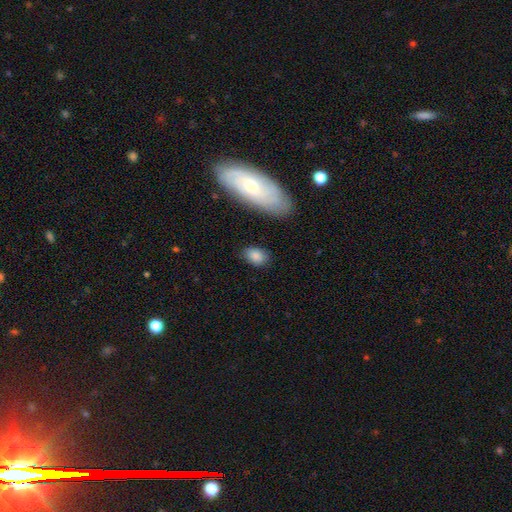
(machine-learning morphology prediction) Smooth or featured? smooth (84%)
How rounded? in between (82%)
Merging? none (80%)